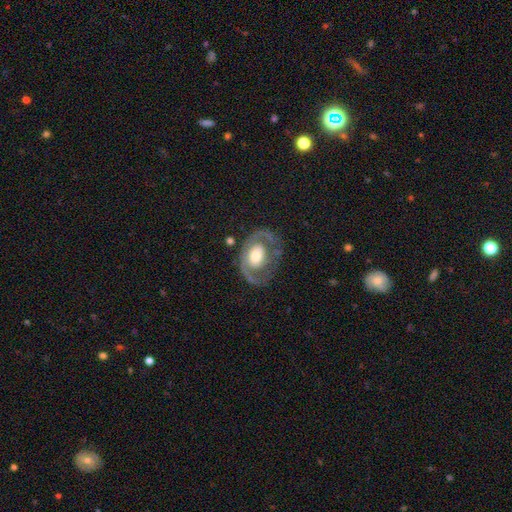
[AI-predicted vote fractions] featured or disk 70%, smooth 24%, star or artifact 5%. Down the decision tree: edge-on disk — no (96%); bar — no (71%); spiral arms — yes (66%); bulge size — moderate (48%); merging — none (62%).